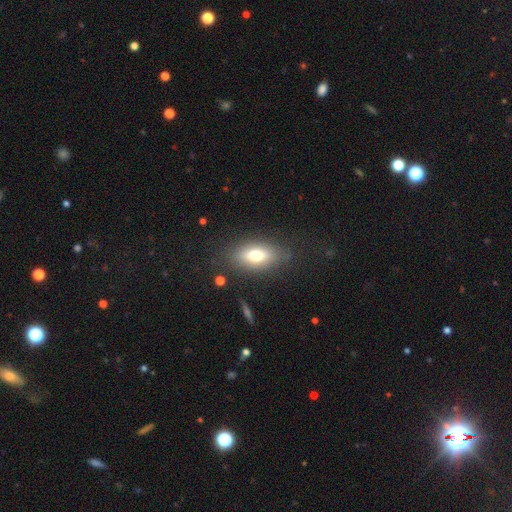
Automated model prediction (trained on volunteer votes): smooth 67%, featured or disk 23%, star or artifact 10%. Down the decision tree: how rounded — in between (82%); merging — none (80%).